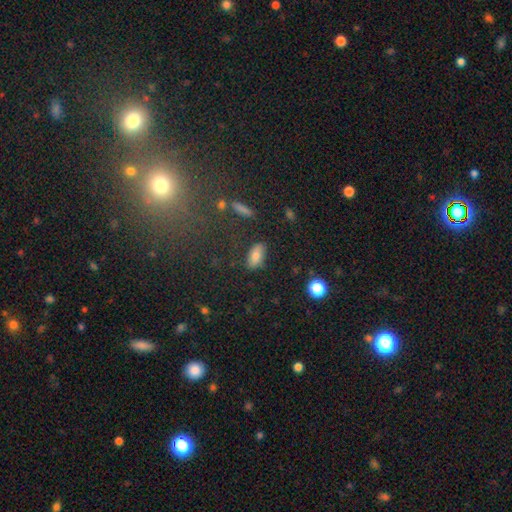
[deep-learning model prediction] Q: Smooth or featured?
A: smooth (72%); runner-up: featured or disk (16%)
Q: How rounded?
A: in between (87%); runner-up: cigar-shaped (7%)
Q: Merging?
A: none (82%); runner-up: minor disturbance (12%)